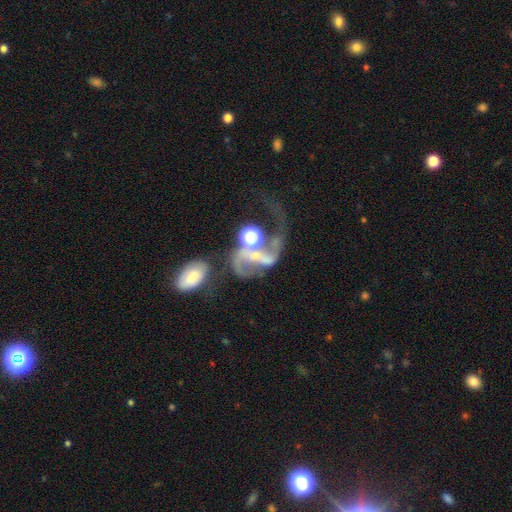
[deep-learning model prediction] The model was most divided on "merging": merger: 33%, major disturbance: 30%, none: 24%, minor disturbance: 12%. Remaining: edge-on disk — no (97%); spiral arms — yes (91%); spiral arm count — 2 (84%); smooth or featured — featured or disk (81%); spiral winding — loose (68%); bulge size — small (47%); bar — strong (41%).